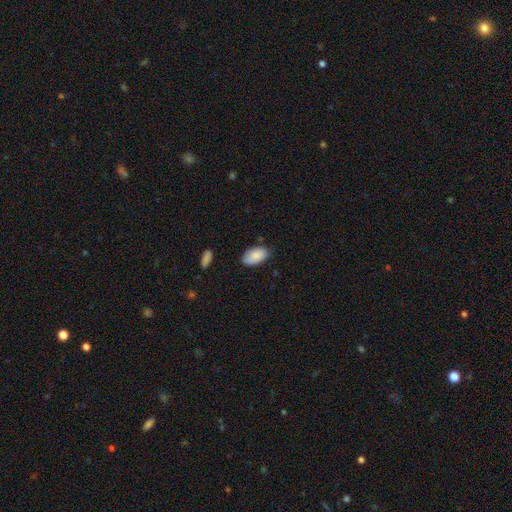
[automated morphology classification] Smooth or featured? smooth (86%)
How rounded? in between (95%)
Merging? none (74%)